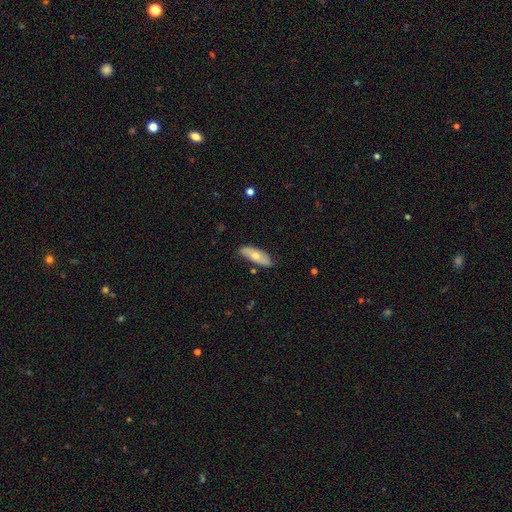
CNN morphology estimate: Q: Smooth or featured?
A: smooth (58%); runner-up: featured or disk (37%)
Q: How rounded?
A: in between (67%); runner-up: cigar-shaped (30%)
Q: Merging?
A: none (78%); runner-up: minor disturbance (17%)